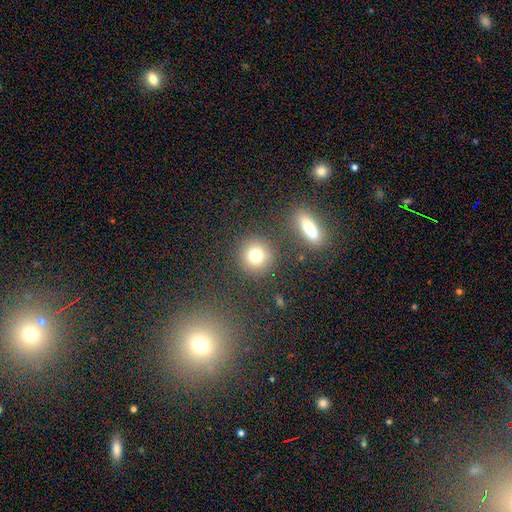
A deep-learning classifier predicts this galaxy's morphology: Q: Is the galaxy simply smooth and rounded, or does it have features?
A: smooth — 77%.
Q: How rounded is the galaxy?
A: round — 90%.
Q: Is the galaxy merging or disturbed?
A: none — 81%.